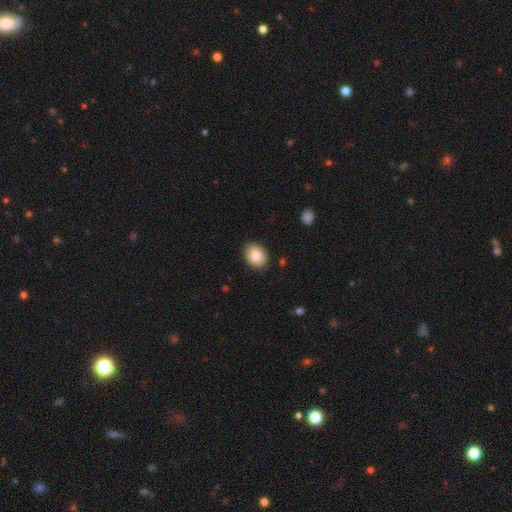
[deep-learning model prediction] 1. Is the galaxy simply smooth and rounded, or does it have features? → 86% smooth, 8% star or artifact, 6% featured or disk.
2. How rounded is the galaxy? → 54% in between, 45% round, 1% cigar-shaped.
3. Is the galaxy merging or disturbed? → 89% none, 8% minor disturbance, 2% major disturbance, 1% merger.